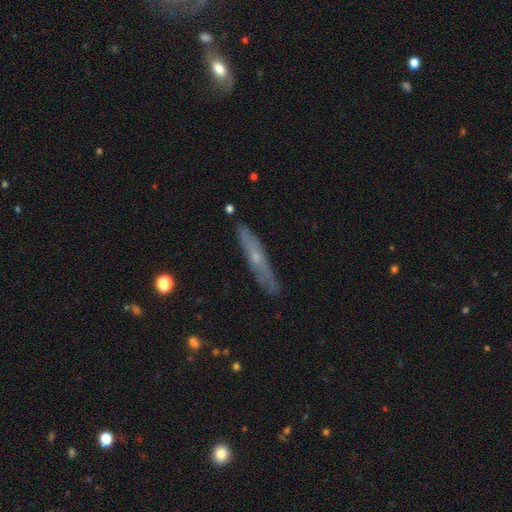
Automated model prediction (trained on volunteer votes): A featured or disk galaxy (57%) viewed edge-on (79%).

Vote fractions:
- Smooth or featured? featured or disk: 57% / smooth: 35% / star or artifact: 8%
- Edge-on disk? yes: 79% / no: 21%
- Merging? none: 84% / minor disturbance: 12% / major disturbance: 2% / merger: 1%